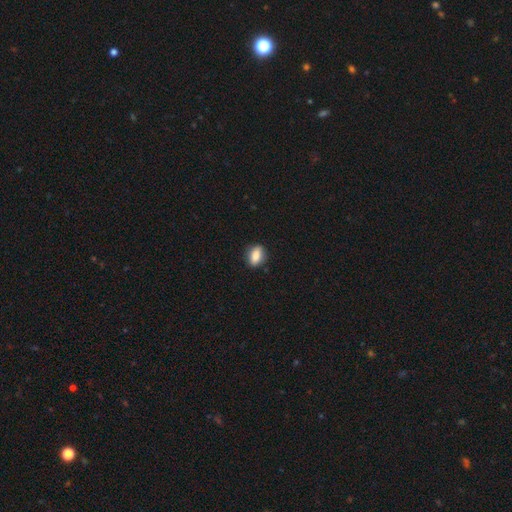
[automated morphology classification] A smooth galaxy with no disk features (82%) that is in between round and cigar-shaped (75%).

Vote fractions:
- Smooth or featured? smooth: 82% / featured or disk: 10% / star or artifact: 8%
- How rounded? in between: 75% / round: 19% / cigar-shaped: 6%
- Merging? none: 86% / minor disturbance: 11% / major disturbance: 2% / merger: 1%